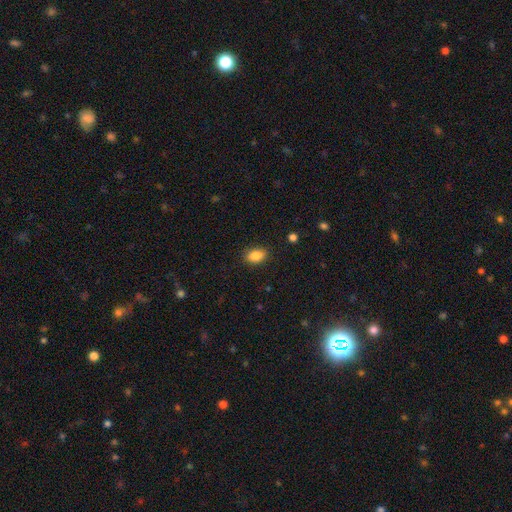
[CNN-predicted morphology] Q: Smooth or featured?
A: smooth (86%); runner-up: star or artifact (9%)
Q: How rounded?
A: in between (86%); runner-up: round (11%)
Q: Merging?
A: none (87%); runner-up: minor disturbance (10%)